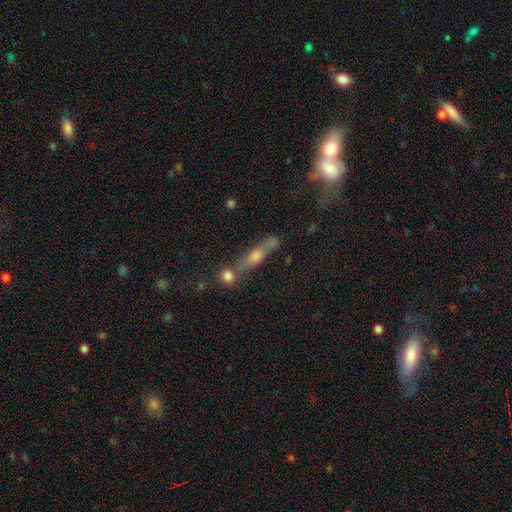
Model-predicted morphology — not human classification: Smooth or featured?
  - featured or disk: 45% *
  - smooth: 43%
  - star or artifact: 13%
Merging?
  - none: 54% *
  - merger: 26%
  - minor disturbance: 14%
  - major disturbance: 6%